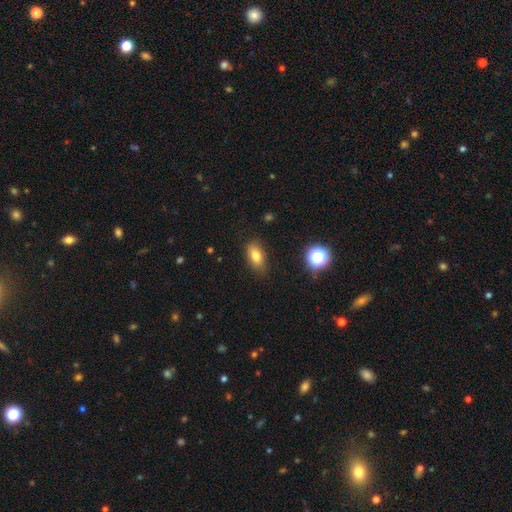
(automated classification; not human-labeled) The model was most divided on "merging": none: 82%, minor disturbance: 13%, major disturbance: 3%, merger: 1%. More confident: how rounded — in between (85%); smooth or featured — smooth (79%).